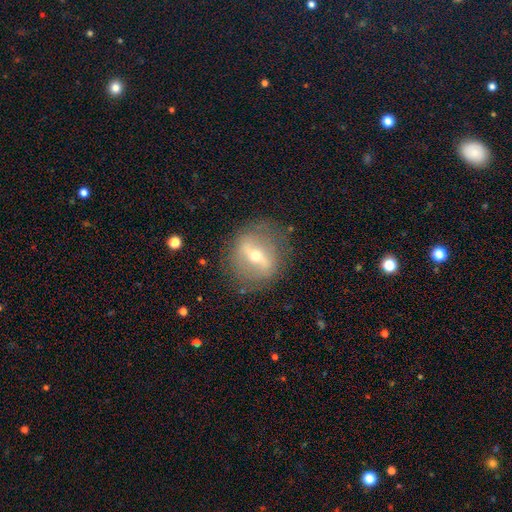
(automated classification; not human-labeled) smooth_or_featured: featured or disk (p=0.73) [alt: smooth p=0.18]
disk_edge_on: no (p=0.78) [alt: yes p=0.22]
bar: strong (p=0.70) [alt: weak p=0.20]
has_spiral_arms: no (p=0.69) [alt: yes p=0.31]
bulge_size: small (p=0.51) [alt: moderate p=0.45]
merging: none (p=0.78) [alt: minor disturbance p=0.13]